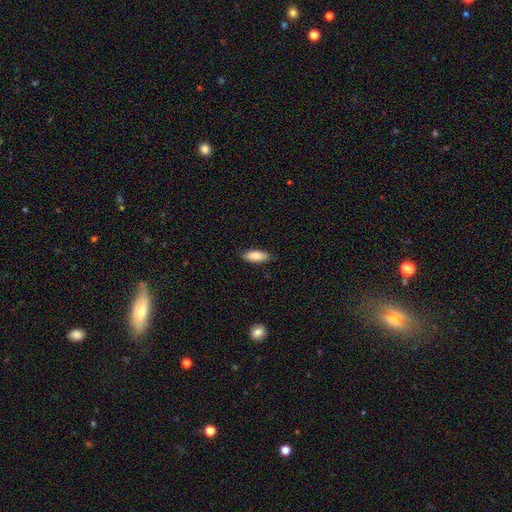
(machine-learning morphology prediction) This is clearly a smooth galaxy (85%). How rounded: likely in between (79%). Merging: clearly none (87%).